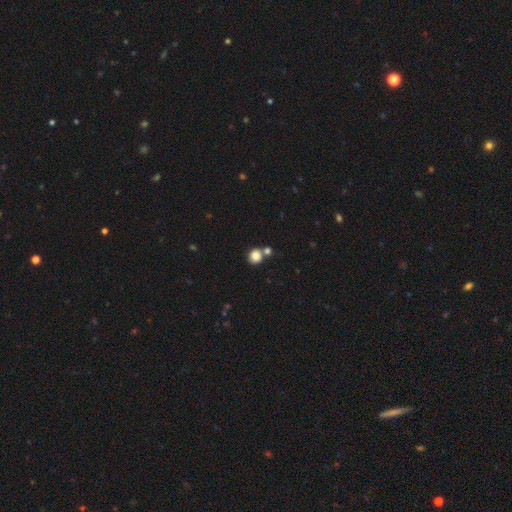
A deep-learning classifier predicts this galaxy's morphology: A smooth galaxy with no disk features (84%) that is round (84%). Merging: none (59%).